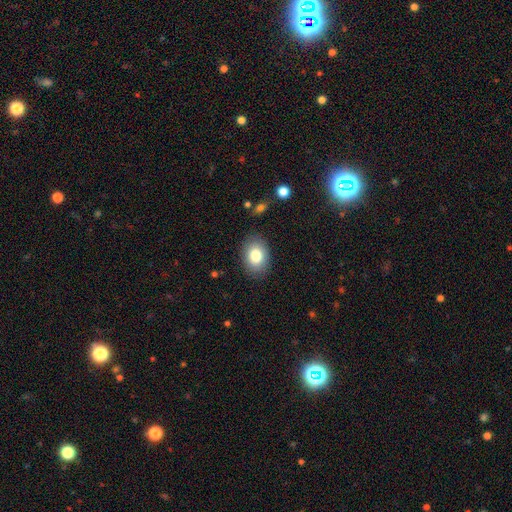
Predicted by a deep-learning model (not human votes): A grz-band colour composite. It shows a smooth galaxy with no disk features (82%) that is in between round and cigar-shaped (76%). Merging: none (86%).